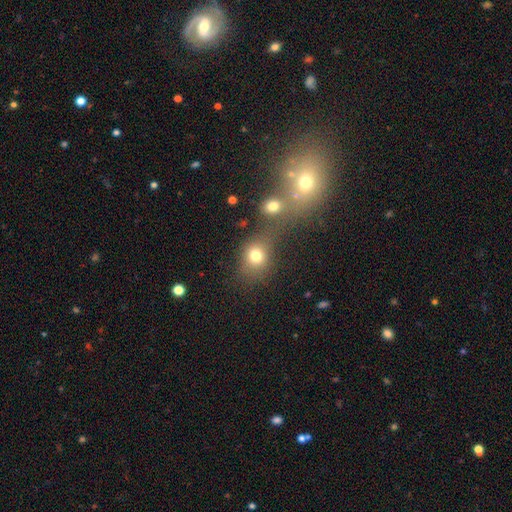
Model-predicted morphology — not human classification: A smooth galaxy with no disk features (75%) that is round (69%). Merging: none (48%).